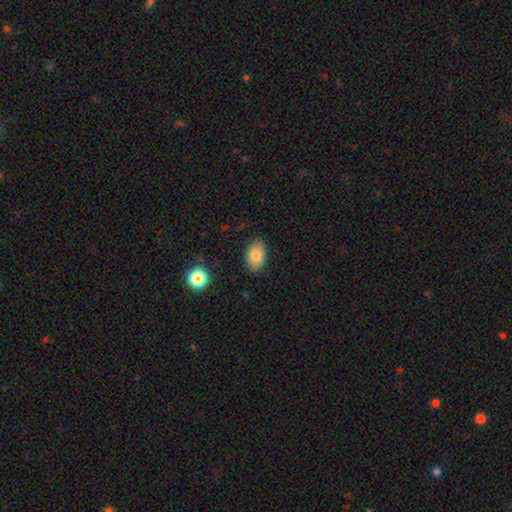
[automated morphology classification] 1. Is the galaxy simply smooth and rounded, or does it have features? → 82% smooth, 10% featured or disk, 8% star or artifact.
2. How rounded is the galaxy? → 85% in between, 14% round, 1% cigar-shaped.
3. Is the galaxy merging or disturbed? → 85% none, 11% minor disturbance, 3% major disturbance, 1% merger.